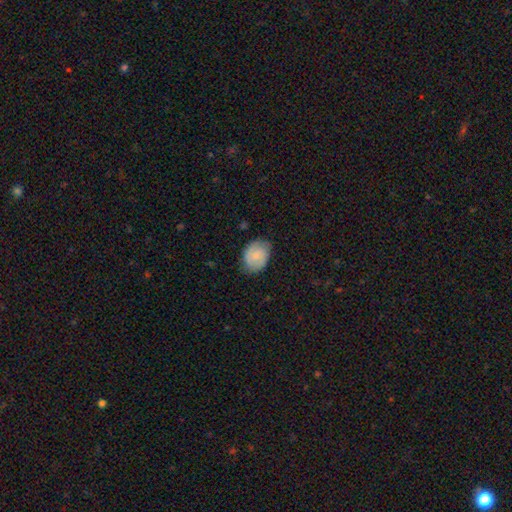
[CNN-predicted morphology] A smooth galaxy with no disk features (76%) that is in between round and cigar-shaped (62%). Merging: none (71%).